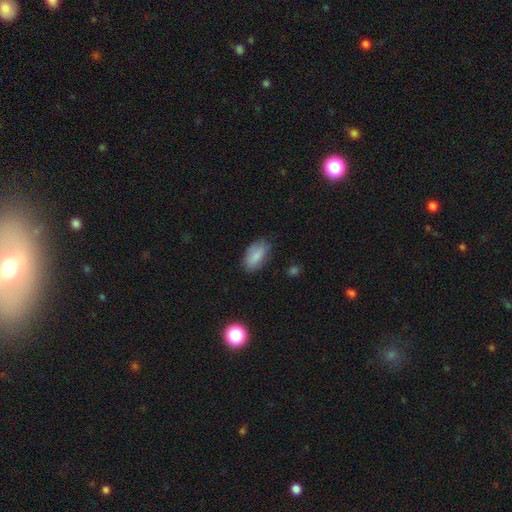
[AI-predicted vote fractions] Smooth or featured?
  - smooth: 82% *
  - featured or disk: 10%
  - star or artifact: 7%
How rounded?
  - in between: 91% *
  - cigar-shaped: 6%
  - round: 3%
Merging?
  - none: 73% *
  - minor disturbance: 21%
  - major disturbance: 5%
  - merger: 1%